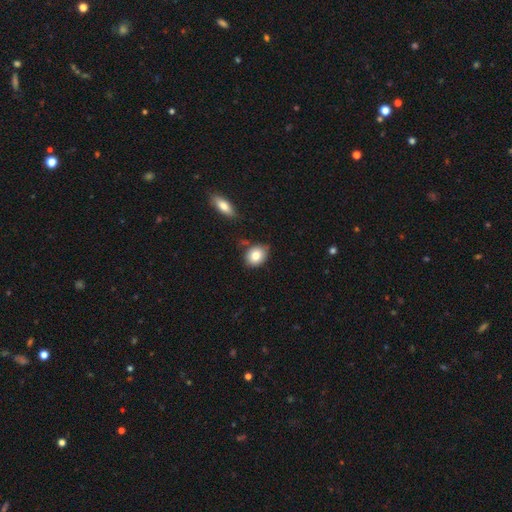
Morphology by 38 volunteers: Smooth or featured? 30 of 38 (79%) said smooth. How rounded? 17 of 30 (57%) said round. Merging? 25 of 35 (71%) said none.